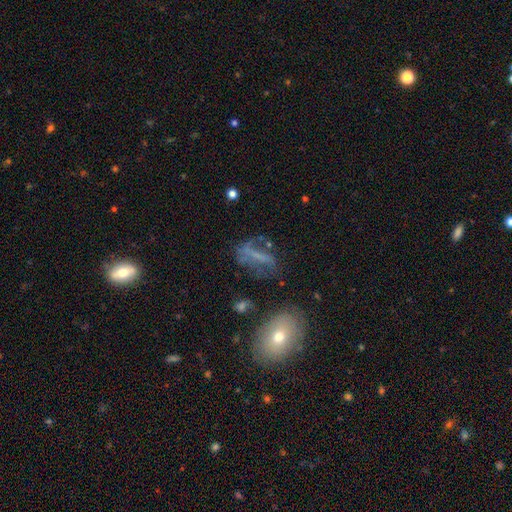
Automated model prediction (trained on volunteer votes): This is possibly a featured or disk galaxy (47%). Merging: possibly none (45%).